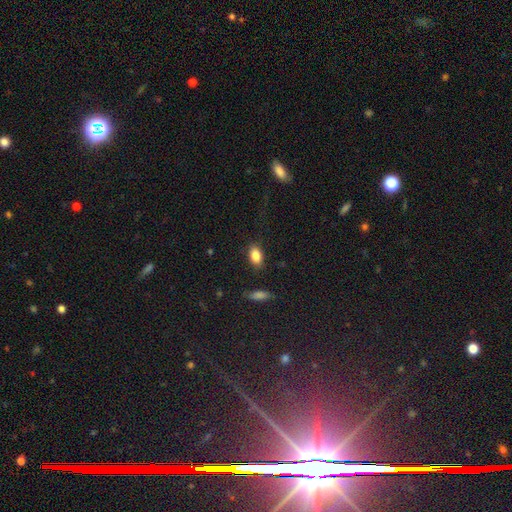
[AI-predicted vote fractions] This appears to be a smooth galaxy with no disk features (85%) that is in between round and cigar-shaped (88%). Merging: none (85%).